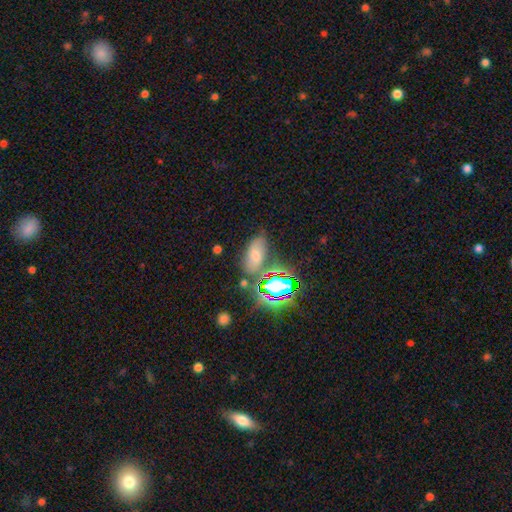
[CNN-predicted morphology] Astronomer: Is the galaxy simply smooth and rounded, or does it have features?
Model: smooth — 45% (runner-up: star or artifact, 36%).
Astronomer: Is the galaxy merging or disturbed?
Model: none — 67%.